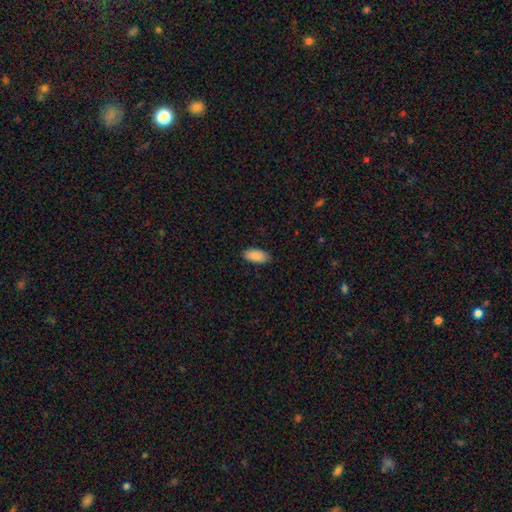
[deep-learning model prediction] Smooth or featured?
  - smooth: 89% *
  - star or artifact: 6%
  - featured or disk: 4%
How rounded?
  - in between: 93% *
  - cigar-shaped: 6%
  - round: 2%
Merging?
  - none: 87% *
  - minor disturbance: 10%
  - major disturbance: 2%
  - merger: 1%